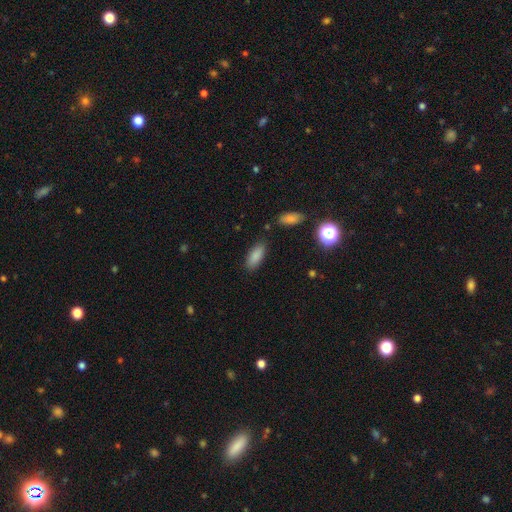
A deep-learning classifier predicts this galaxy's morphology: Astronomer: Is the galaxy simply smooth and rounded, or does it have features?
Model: smooth — 86%.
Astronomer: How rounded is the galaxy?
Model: in between — 78%.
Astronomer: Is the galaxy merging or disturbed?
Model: none — 83%.